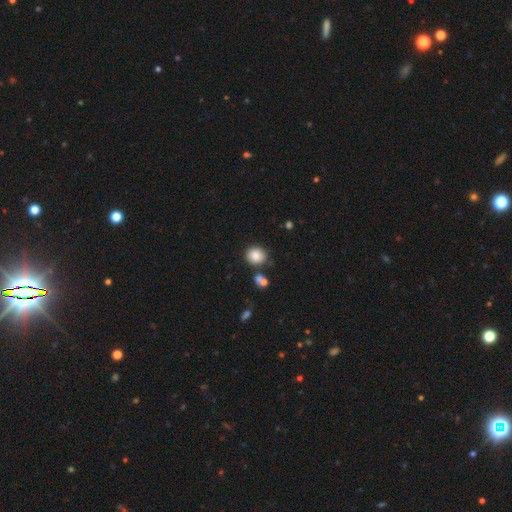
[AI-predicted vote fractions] The model was most divided on "how rounded": round: 80%, in between: 19%, cigar-shaped: 1%. More confident: smooth or featured — smooth (85%); merging — none (76%).